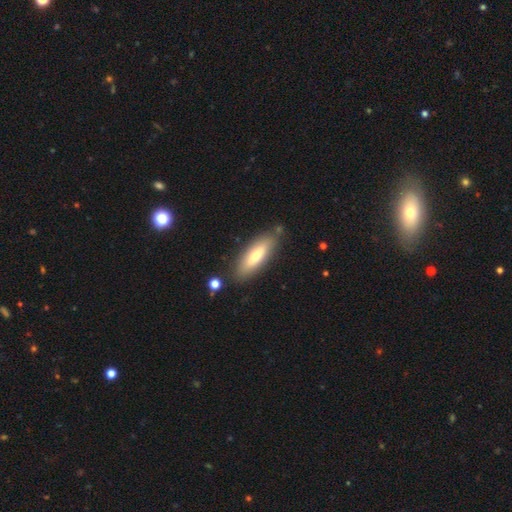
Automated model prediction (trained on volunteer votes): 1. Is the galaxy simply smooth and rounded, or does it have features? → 65% smooth, 29% featured or disk, 6% star or artifact.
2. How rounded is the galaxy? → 52% in between, 47% cigar-shaped, 2% round.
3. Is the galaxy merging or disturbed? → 82% none, 12% minor disturbance, 3% merger, 3% major disturbance.